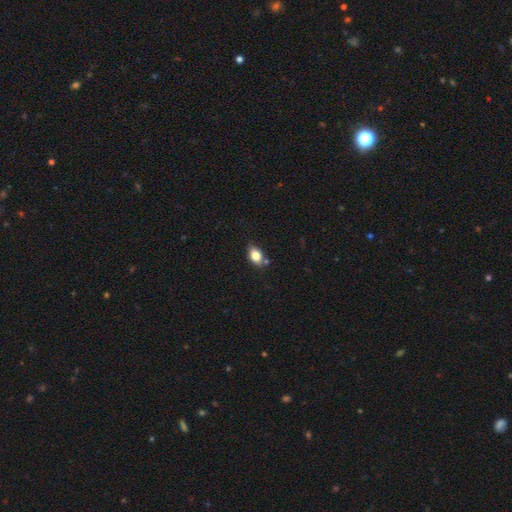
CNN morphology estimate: Smooth or featured? Predicted: smooth (p=0.79). How rounded? Predicted: in between (p=0.83). Merging? Predicted: none (p=0.69).